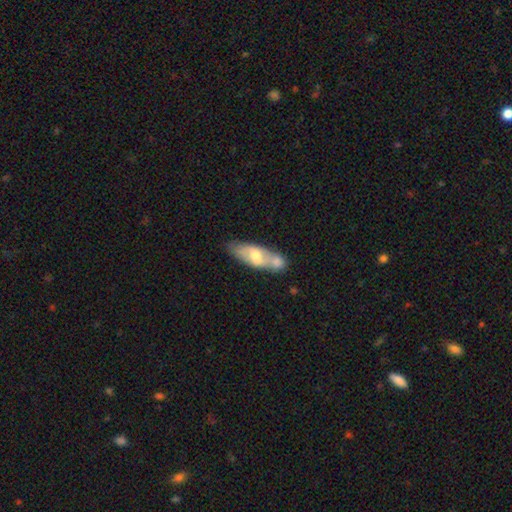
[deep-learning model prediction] A smooth galaxy with no disk features (48%). Merging: merger (42%).